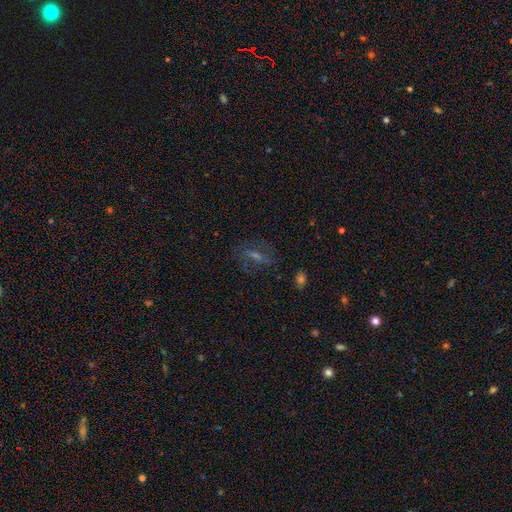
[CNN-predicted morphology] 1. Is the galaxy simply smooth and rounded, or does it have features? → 42% featured or disk, 32% smooth, 25% star or artifact.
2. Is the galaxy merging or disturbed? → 74% none, 15% minor disturbance, 9% major disturbance, 2% merger.